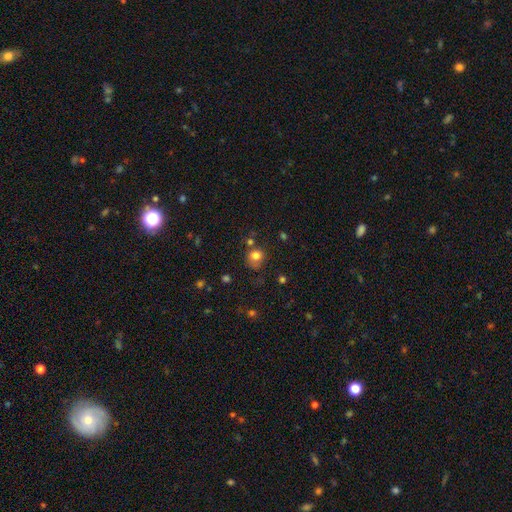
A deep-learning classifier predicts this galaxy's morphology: This is likely a smooth galaxy (79%). How rounded: likely round (75%). Merging: possibly none (57%).